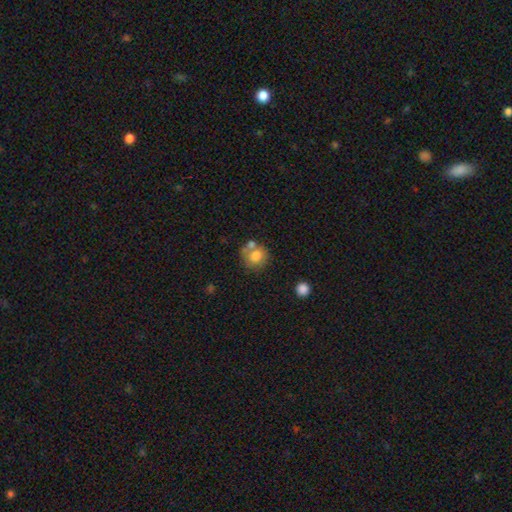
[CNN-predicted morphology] Smooth or featured: smooth — 74% (featured or disk — 17%)
How rounded: round — 80% (in between — 19%)
Merging: none — 51% (merger — 28%)